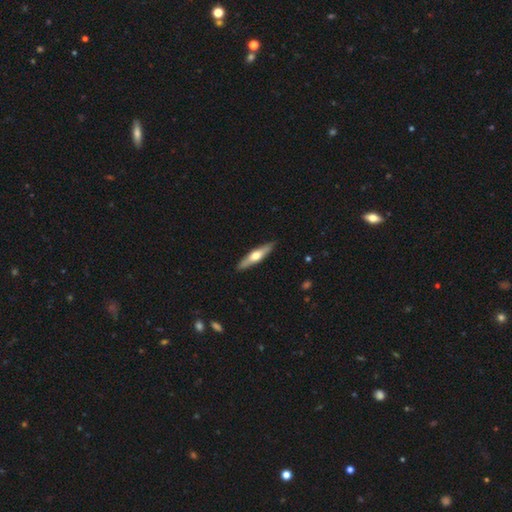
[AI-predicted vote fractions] Morphology: type=featured or disk (51%); edge-on=yes (91%); merging=none (90%).